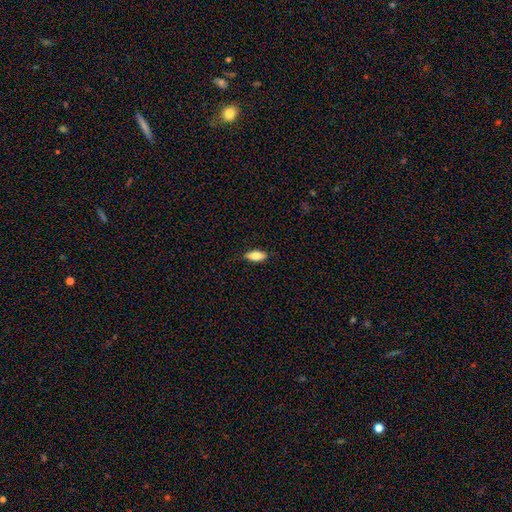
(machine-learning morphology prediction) Smooth or featured: smooth — 81% (featured or disk — 12%)
How rounded: in between — 82% (cigar-shaped — 16%)
Merging: none — 87% (minor disturbance — 10%)